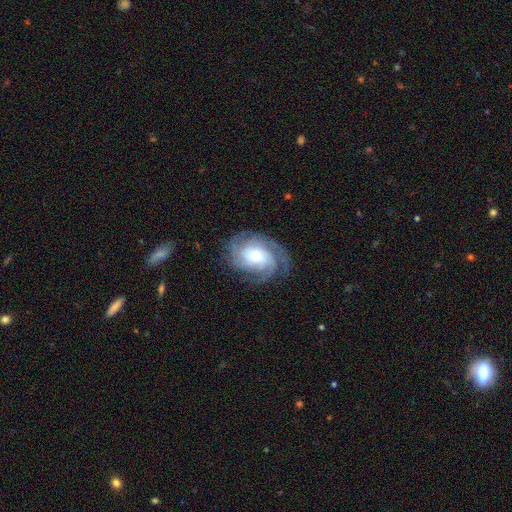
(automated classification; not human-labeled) Q: Smooth or featured?
A: featured or disk (85%); runner-up: smooth (9%)
Q: Edge-on disk?
A: no (97%); runner-up: yes (3%)
Q: Bar?
A: no (60%); runner-up: weak (31%)
Q: Spiral arms?
A: yes (97%); runner-up: no (3%)
Q: Spiral winding?
A: tight (60%); runner-up: medium (33%)
Q: Spiral arm count?
A: 3 (33%); runner-up: 4 (22%)
Q: Bulge size?
A: moderate (61%); runner-up: small (29%)
Q: Merging?
A: none (77%); runner-up: minor disturbance (15%)